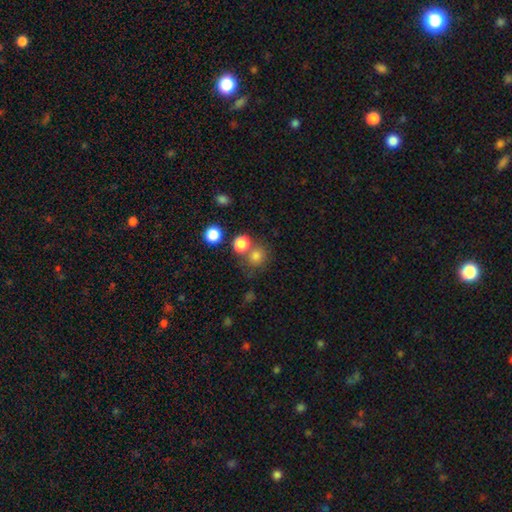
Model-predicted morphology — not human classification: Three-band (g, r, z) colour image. It shows a smooth galaxy with no disk features (79%) that is round (84%). Merging: none (62%).